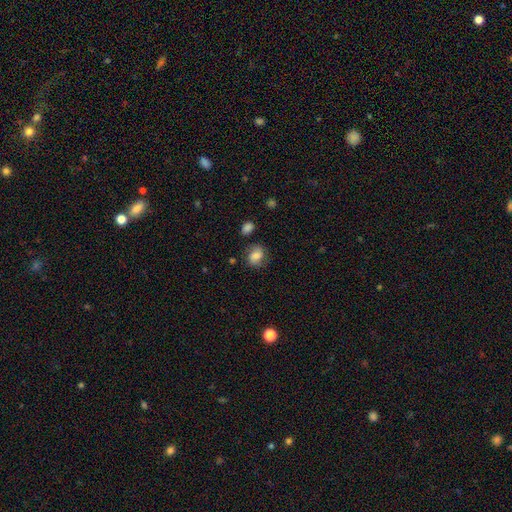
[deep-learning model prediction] Morphology: type=smooth (71%); roundness=in between (50%); merging=none (68%).